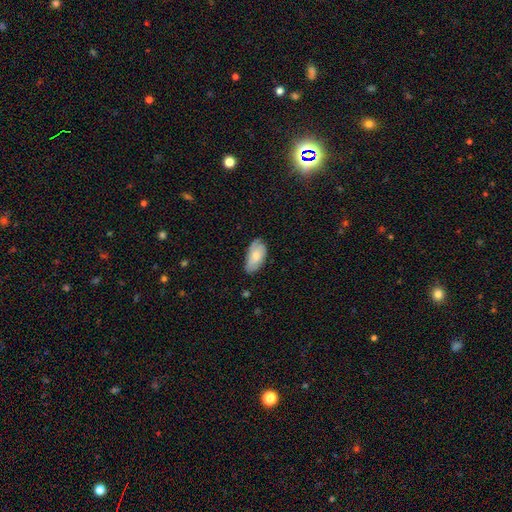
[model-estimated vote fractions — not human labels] Smooth or featured?
  - smooth: 68% *
  - featured or disk: 25%
  - star or artifact: 6%
How rounded?
  - in between: 94% *
  - cigar-shaped: 3%
  - round: 3%
Merging?
  - none: 67% *
  - minor disturbance: 27%
  - major disturbance: 5%
  - merger: 1%